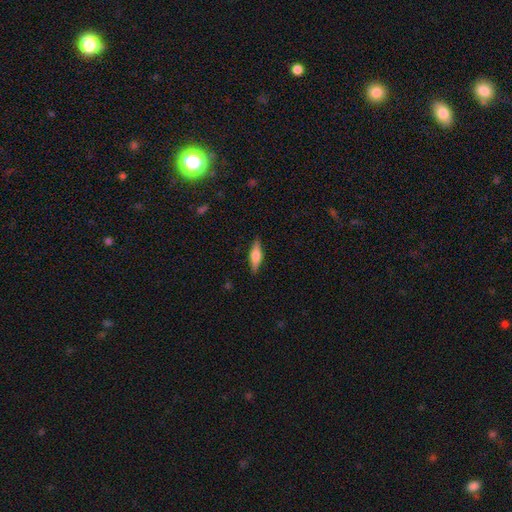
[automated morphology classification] This appears to be a smooth galaxy with no disk features (56%) that is cigar-shaped (55%). Merging: none (86%).